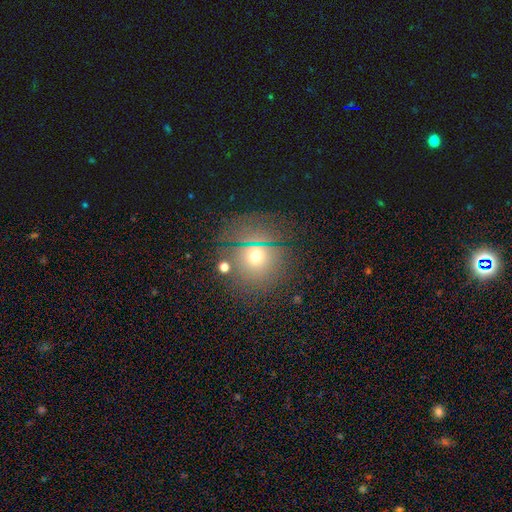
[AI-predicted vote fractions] smooth_or_featured: smooth (p=0.59) [alt: star or artifact p=0.27]
how_rounded: round (p=0.85) [alt: in between p=0.14]
merging: none (p=0.72) [alt: minor disturbance p=0.13]